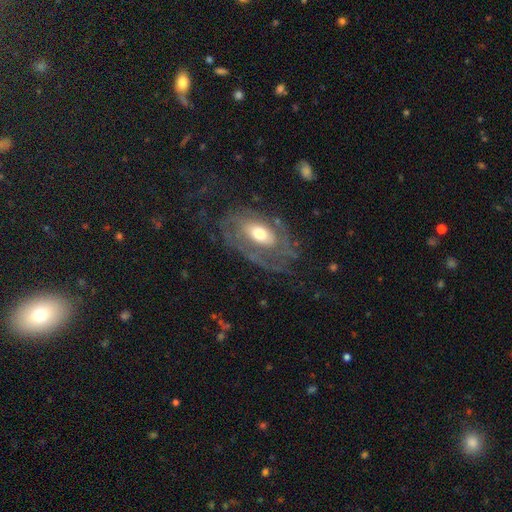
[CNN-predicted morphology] Smooth or featured? Predicted: featured or disk (p=0.73). Edge-on disk? Predicted: no (p=0.92). Bar? Predicted: no (p=0.53). Spiral arms? Predicted: yes (p=0.73). Bulge size? Predicted: moderate (p=0.69). Merging? Predicted: none (p=0.63).